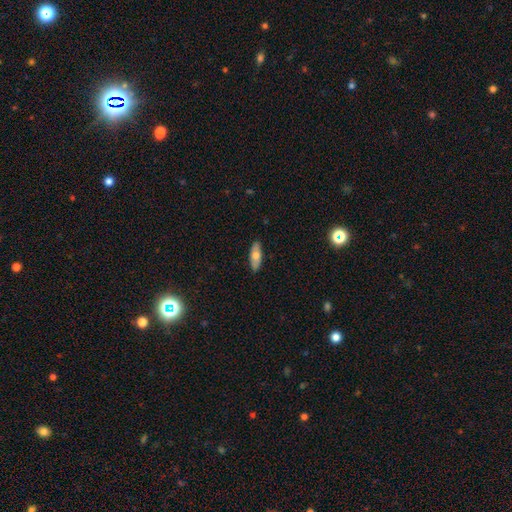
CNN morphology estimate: Smooth or featured? smooth (65%)
How rounded? in between (69%)
Merging? none (88%)